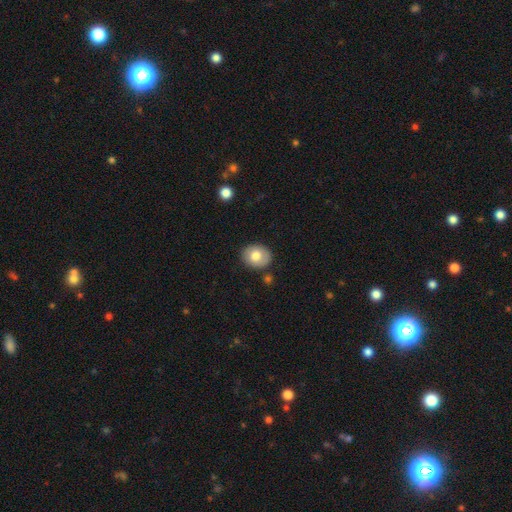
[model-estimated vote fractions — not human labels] smooth-or-featured: smooth: 77% | featured or disk: 15% | star or artifact: 7%
  how-rounded: round: 56% | in between: 43% | cigar-shaped: 1%
  merging: none: 84% | minor disturbance: 11% | merger: 3% | major disturbance: 2%